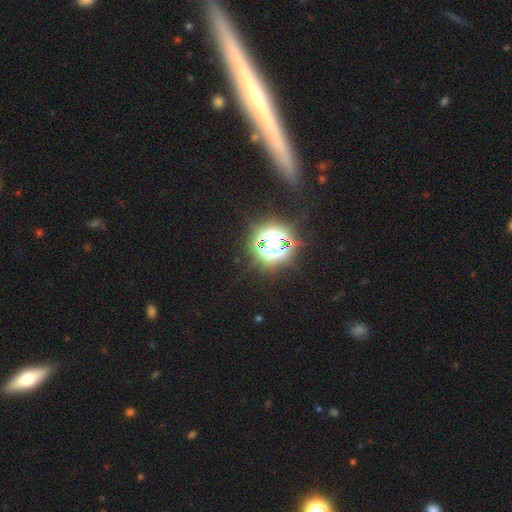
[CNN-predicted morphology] This is possibly a featured or disk galaxy (46%). Merging: clearly none (89%).